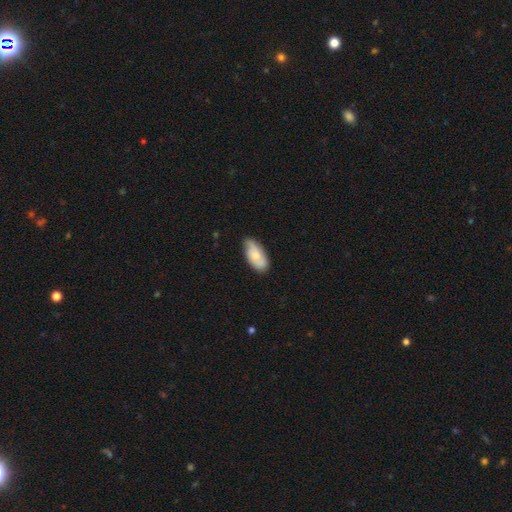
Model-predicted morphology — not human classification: smooth 66%, featured or disk 28%, star or artifact 6%. Down the decision tree: how rounded — in between (91%); merging — none (72%).